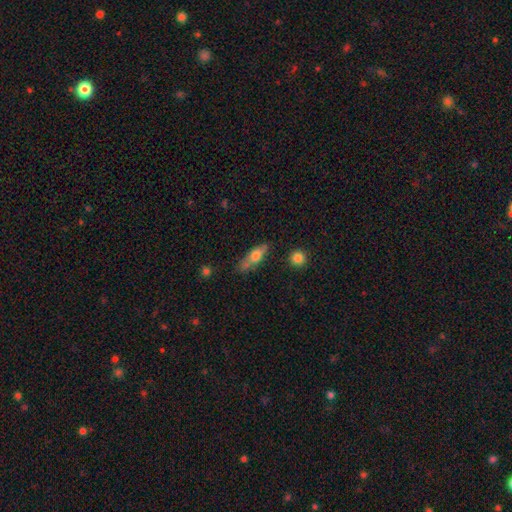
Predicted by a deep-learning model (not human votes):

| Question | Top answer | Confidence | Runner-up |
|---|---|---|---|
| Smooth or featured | smooth | 60% | featured or disk (33%) |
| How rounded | cigar-shaped | 52% | in between (44%) |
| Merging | none | 64% | minor disturbance (22%) |